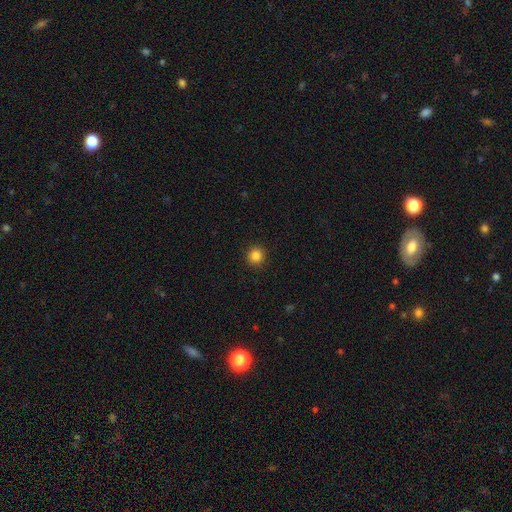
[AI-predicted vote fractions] Smooth or featured? Predicted: smooth (p=0.85). How rounded? Predicted: round (p=0.94). Merging? Predicted: none (p=0.93).